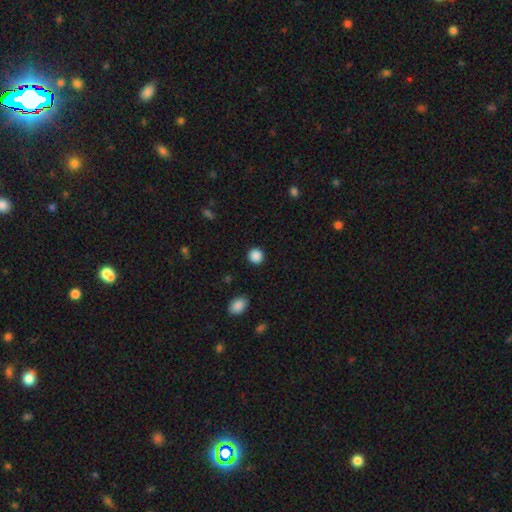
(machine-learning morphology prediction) type=smooth (88%); roundness=round (91%); merging=none (90%).